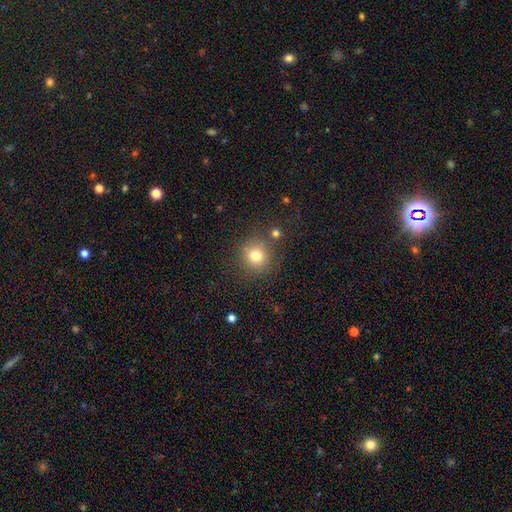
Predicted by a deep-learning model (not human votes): The model was most divided on "smooth or featured": smooth: 77%, star or artifact: 14%, featured or disk: 9%. More confident: how rounded — round (91%); merging — none (81%).